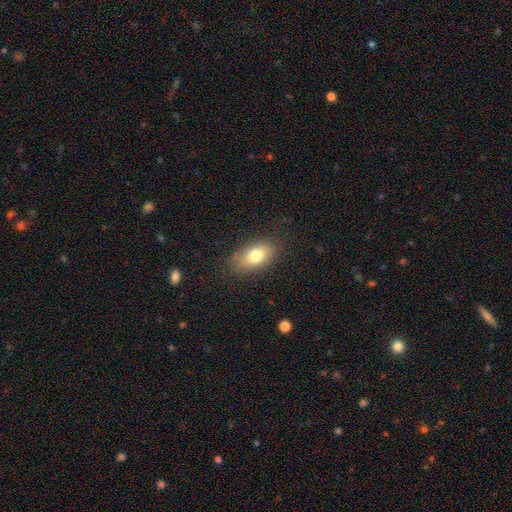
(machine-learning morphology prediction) Smooth or featured?
  - smooth: 75% *
  - featured or disk: 16%
  - star or artifact: 9%
How rounded?
  - in between: 87% *
  - round: 8%
  - cigar-shaped: 5%
Merging?
  - none: 81% *
  - minor disturbance: 14%
  - major disturbance: 4%
  - merger: 1%